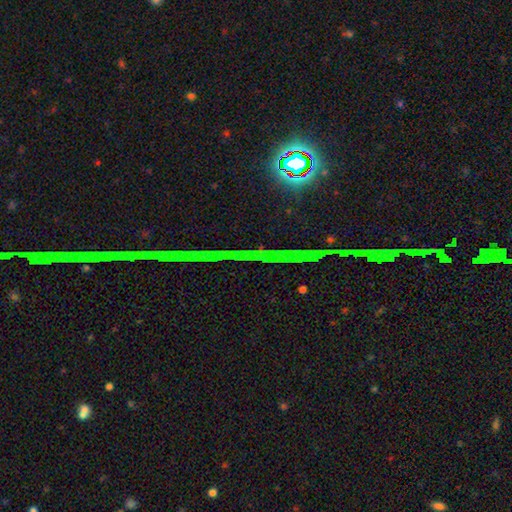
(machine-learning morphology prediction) The model was most divided on "smooth or featured": star or artifact: 86%, featured or disk: 8%, smooth: 6%.